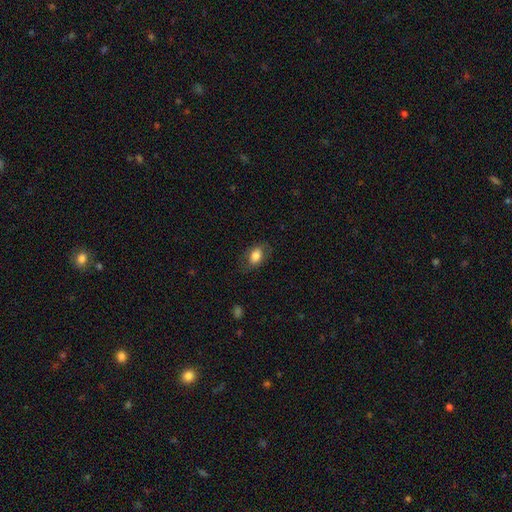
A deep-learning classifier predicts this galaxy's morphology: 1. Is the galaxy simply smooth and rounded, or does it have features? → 79% smooth, 13% featured or disk, 8% star or artifact.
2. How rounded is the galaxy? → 84% in between, 14% round, 2% cigar-shaped.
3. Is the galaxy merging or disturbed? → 76% none, 16% minor disturbance, 7% major disturbance, 1% merger.